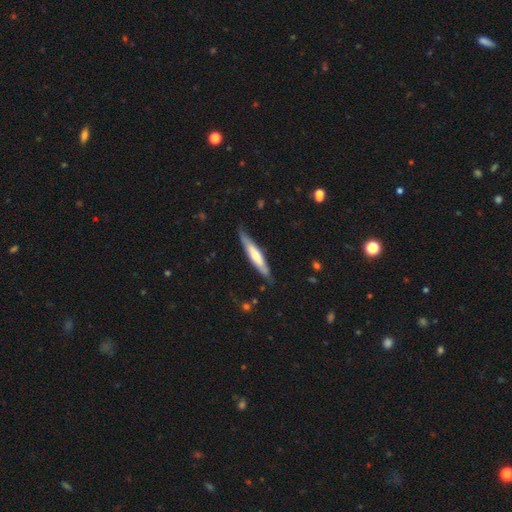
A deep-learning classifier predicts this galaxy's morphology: This appears to be a smooth galaxy with no disk features (48%). Merging: none (81%).